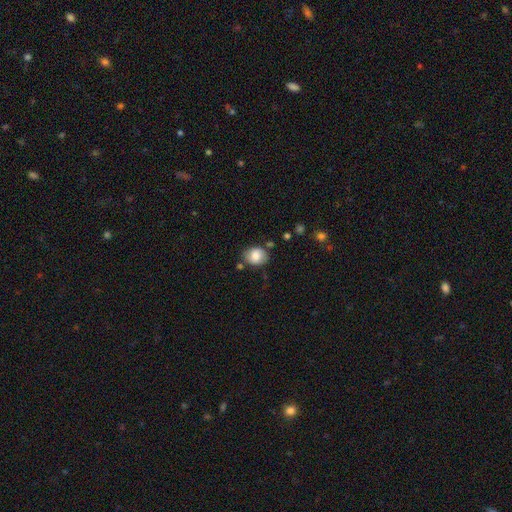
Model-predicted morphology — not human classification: smooth-or-featured: smooth: 79% | featured or disk: 13% | star or artifact: 8%
  how-rounded: round: 53% | in between: 46% | cigar-shaped: 1%
  merging: none: 72% | minor disturbance: 19% | merger: 5% | major disturbance: 5%